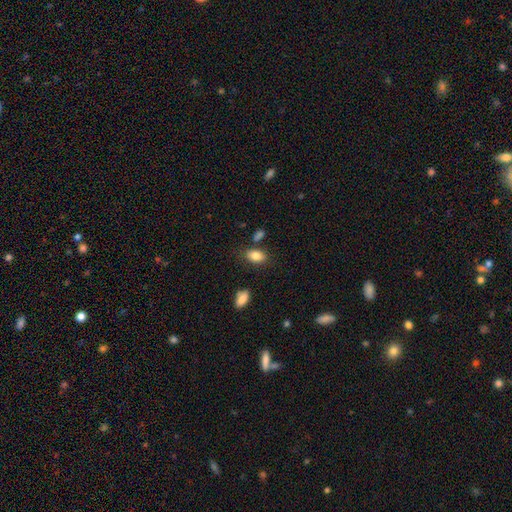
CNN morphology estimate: smooth-or-featured: smooth: 84% | star or artifact: 8% | featured or disk: 8%
  how-rounded: in between: 89% | round: 9% | cigar-shaped: 2%
  merging: none: 75% | minor disturbance: 15% | merger: 6% | major disturbance: 4%